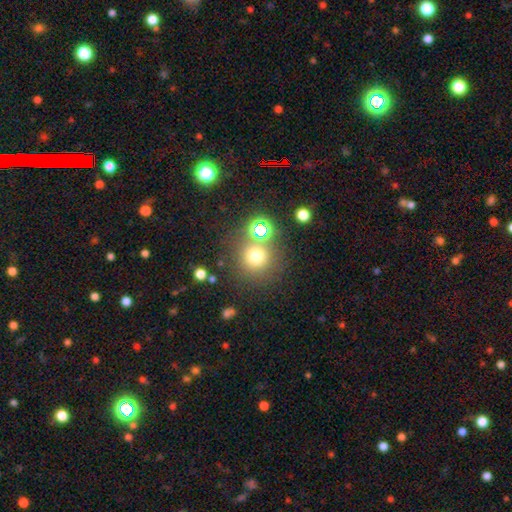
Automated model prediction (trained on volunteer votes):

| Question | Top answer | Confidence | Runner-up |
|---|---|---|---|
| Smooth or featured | smooth | 69% | star or artifact (22%) |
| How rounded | round | 93% | in between (6%) |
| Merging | none | 75% | merger (12%) |